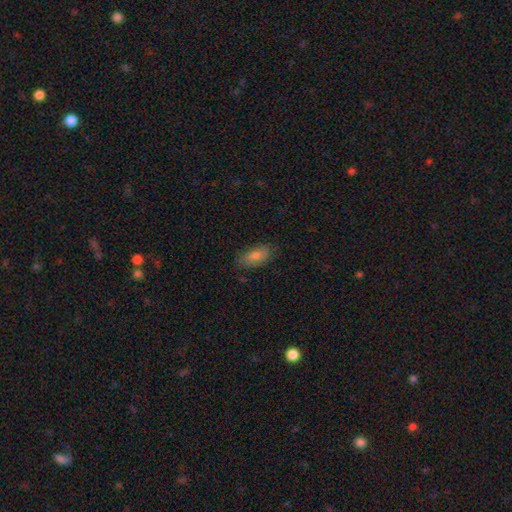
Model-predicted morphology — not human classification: Smooth or featured? Predicted: smooth (p=0.72). How rounded? Predicted: in between (p=0.85). Merging? Predicted: none (p=0.81).